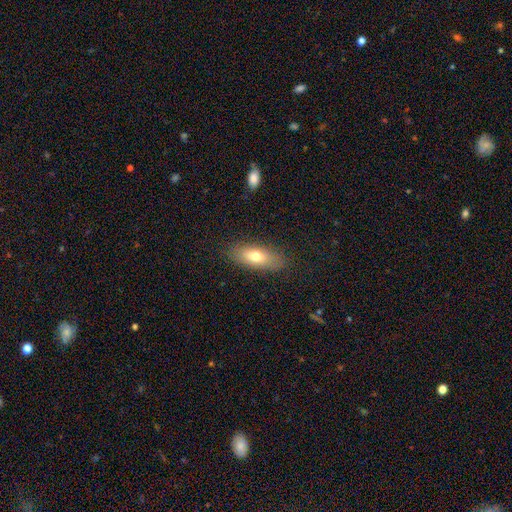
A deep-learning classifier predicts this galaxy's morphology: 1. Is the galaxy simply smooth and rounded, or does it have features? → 71% smooth, 21% featured or disk, 8% star or artifact.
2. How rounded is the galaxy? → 74% in between, 22% cigar-shaped, 4% round.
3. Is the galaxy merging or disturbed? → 85% none, 11% minor disturbance, 3% major disturbance, 1% merger.